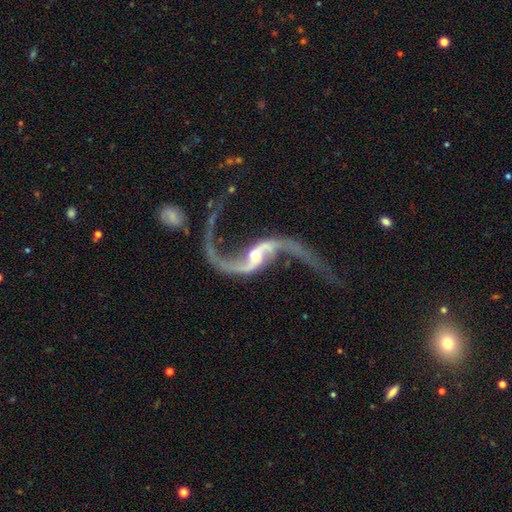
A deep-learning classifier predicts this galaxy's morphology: A featured or disk galaxy (93%) with a weak bar (44%), 2 (94%) loose (93%) spiral arms (97%) and a small central bulge (45%).

Vote fractions:
- Smooth or featured? featured or disk: 93% / star or artifact: 4% / smooth: 2%
- Edge-on disk? no: 96% / yes: 4%
- Bar? weak: 44% / strong: 28% / no: 28%
- Spiral arms? yes: 97% / no: 3%
- Spiral winding? loose: 93% / medium: 5% / tight: 2%
- Spiral arm count? 2: 94% / 1: 2% / can't tell: 1% / 3: 1% / 4: 1% / more than 4: 1%
- Bulge size? small: 45% / moderate: 36% / none: 10% / large: 6% / dominant: 2%
- Merging? none: 55% / major disturbance: 20% / minor disturbance: 15% / merger: 10%